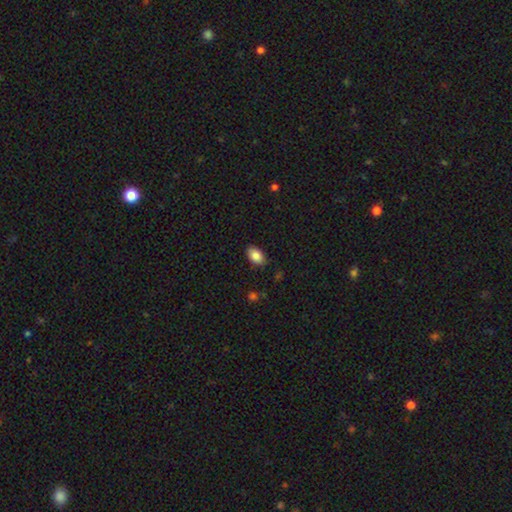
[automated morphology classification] Smooth or featured?
  - smooth: 86% *
  - star or artifact: 8%
  - featured or disk: 6%
How rounded?
  - in between: 90% *
  - round: 9%
  - cigar-shaped: 1%
Merging?
  - none: 86% *
  - minor disturbance: 11%
  - major disturbance: 2%
  - merger: 1%